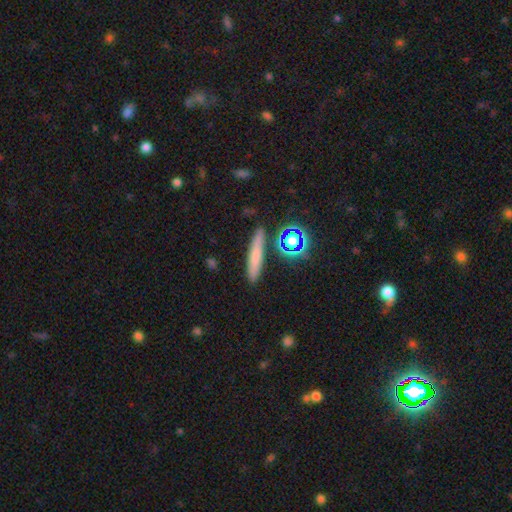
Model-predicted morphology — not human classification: Overall: smooth (66%). How rounded: cigar-shaped (84%). Merging: none (86%).